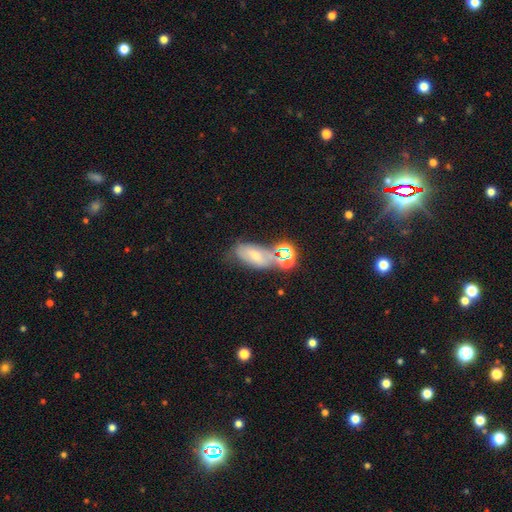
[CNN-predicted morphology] smooth-or-featured: smooth: 50% | featured or disk: 29% | star or artifact: 21%
  how-rounded: in between: 84% | round: 11% | cigar-shaped: 6%
  merging: none: 40% | minor disturbance: 25% | merger: 19% | major disturbance: 15%